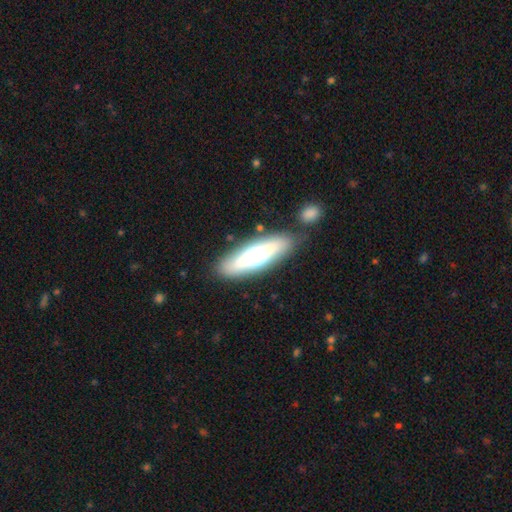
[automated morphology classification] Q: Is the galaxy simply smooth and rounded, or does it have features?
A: smooth — 53%.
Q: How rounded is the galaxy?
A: in between — 50%.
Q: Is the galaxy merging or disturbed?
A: none — 78%.